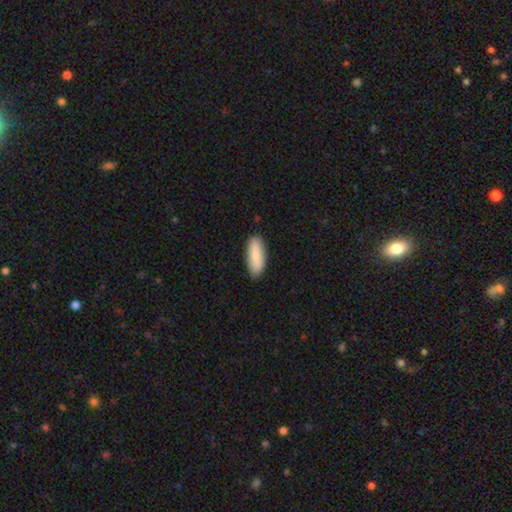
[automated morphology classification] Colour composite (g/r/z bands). It shows a smooth galaxy with no disk features (84%) that is in between round and cigar-shaped (71%). Merging: none (86%).